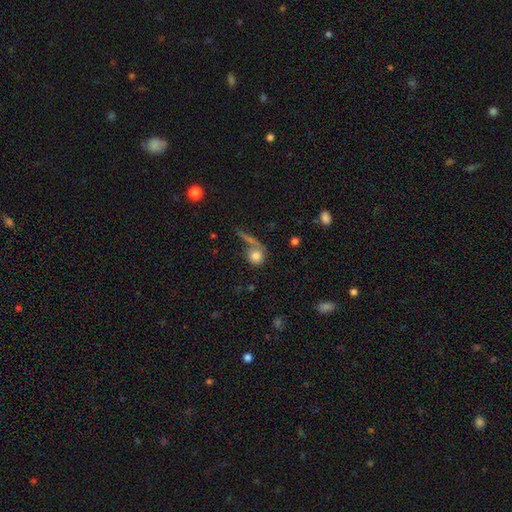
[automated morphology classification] This is likely a smooth galaxy (78%). How rounded: clearly round (82%). Merging: possibly none (48%).